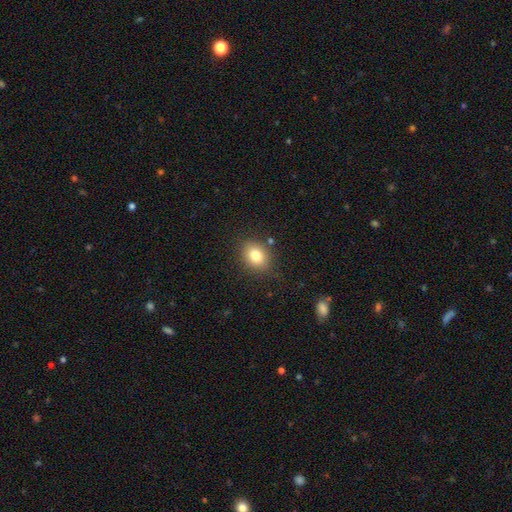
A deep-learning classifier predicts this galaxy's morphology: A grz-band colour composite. It shows a smooth galaxy with no disk features (80%) that is in between round and cigar-shaped (50%). Merging: none (83%).